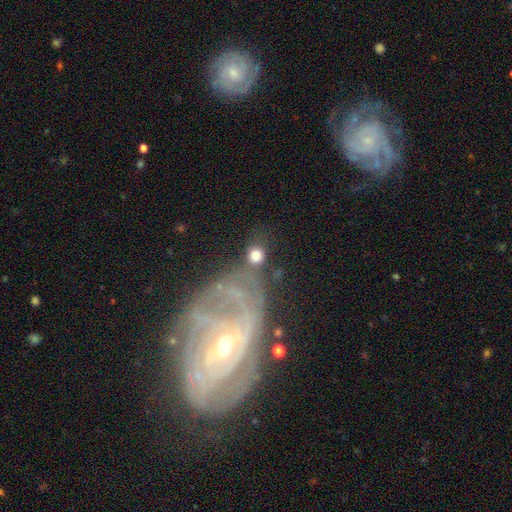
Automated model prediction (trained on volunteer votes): smooth-or-featured: smooth: 77% | featured or disk: 13% | star or artifact: 10%
  how-rounded: round: 80% | in between: 19% | cigar-shaped: 1%
  merging: none: 61% | minor disturbance: 15% | merger: 14% | major disturbance: 10%